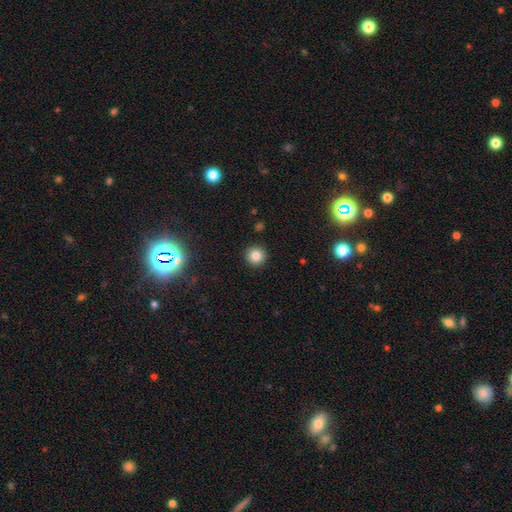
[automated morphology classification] This appears to be a smooth galaxy with no disk features (83%) that is round (95%). Merging: none (92%).